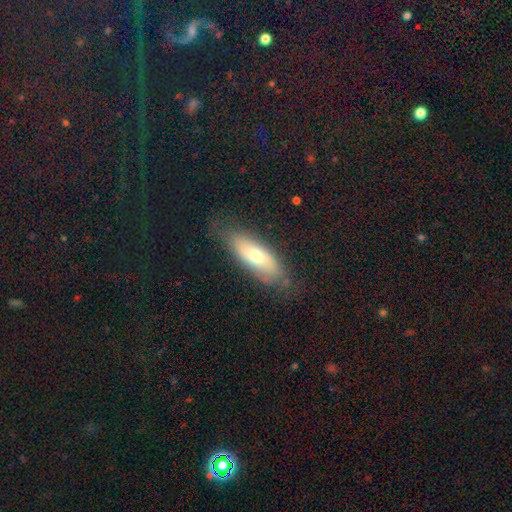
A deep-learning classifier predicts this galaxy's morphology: Q: Smooth or featured?
A: smooth (59%); runner-up: featured or disk (34%)
Q: How rounded?
A: in between (65%); runner-up: cigar-shaped (32%)
Q: Merging?
A: none (73%); runner-up: minor disturbance (19%)